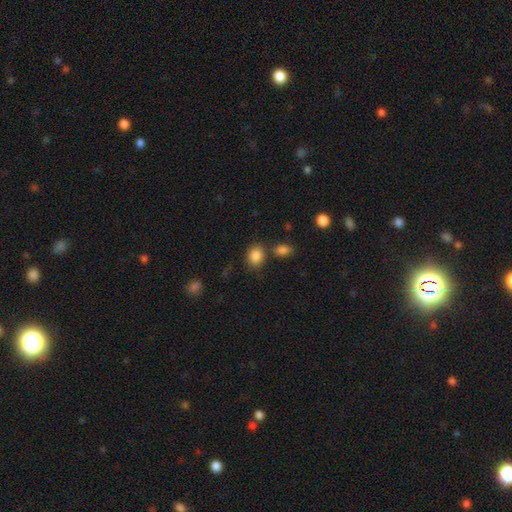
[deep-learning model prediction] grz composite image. It shows a smooth galaxy with no disk features (86%) that is in between round and cigar-shaped (53%). Merging: none (71%).